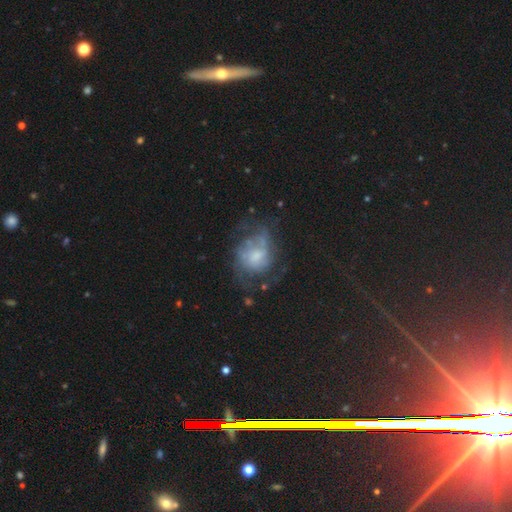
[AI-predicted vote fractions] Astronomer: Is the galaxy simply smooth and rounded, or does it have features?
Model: featured or disk — 62%.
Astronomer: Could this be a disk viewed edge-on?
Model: no — 97%.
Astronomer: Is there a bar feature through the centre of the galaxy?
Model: no — 62%.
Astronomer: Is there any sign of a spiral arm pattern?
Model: yes — 73%.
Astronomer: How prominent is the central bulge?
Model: moderate — 38% (runner-up: small, 34%).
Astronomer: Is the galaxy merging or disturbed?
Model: none — 47% (runner-up: major disturbance, 27%).